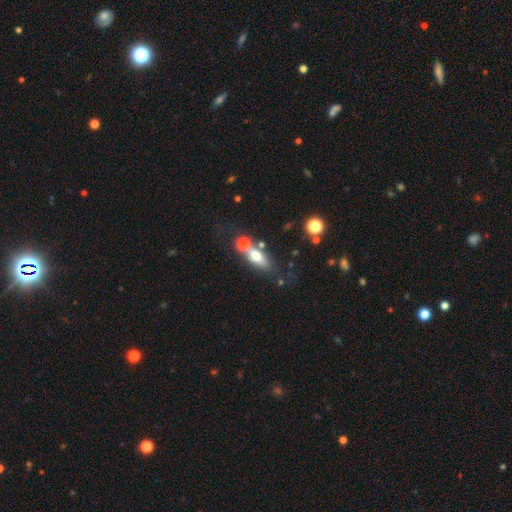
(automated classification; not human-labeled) Smooth or featured? Predicted: smooth (p=0.66). How rounded? Predicted: in between (p=0.68). Merging? Predicted: none (p=0.43).